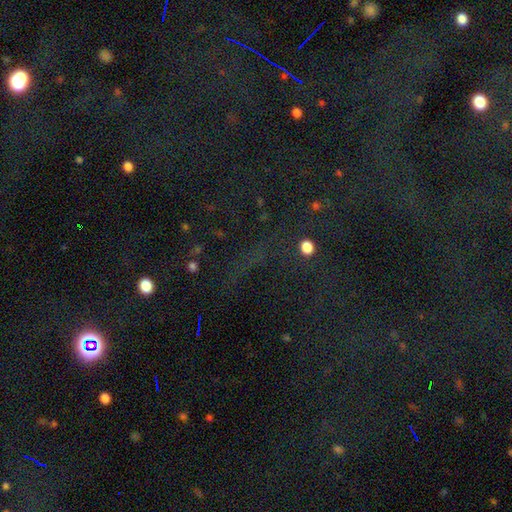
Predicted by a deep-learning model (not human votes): A star or artifact, not a galaxy (78%).

Vote fractions:
- Smooth or featured? star or artifact: 78% / smooth: 13% / featured or disk: 9%